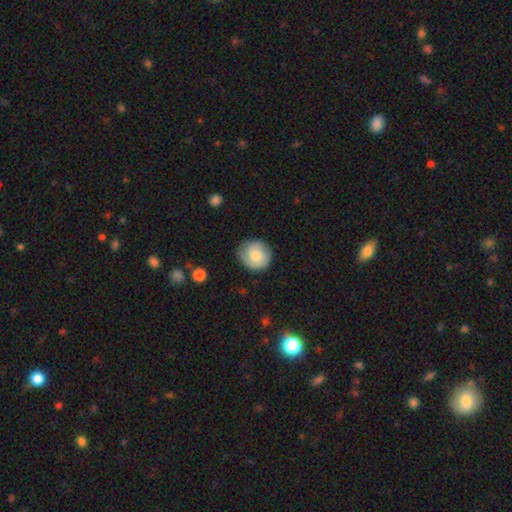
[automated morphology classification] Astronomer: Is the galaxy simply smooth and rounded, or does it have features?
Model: smooth — 56% (runner-up: featured or disk, 37%).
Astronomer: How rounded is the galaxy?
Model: round — 88%.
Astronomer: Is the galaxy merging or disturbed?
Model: none — 77%.